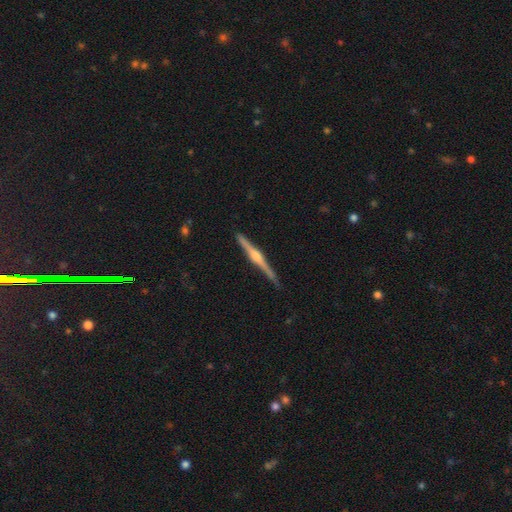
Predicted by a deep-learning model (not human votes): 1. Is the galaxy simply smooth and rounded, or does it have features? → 84% featured or disk, 11% smooth, 5% star or artifact.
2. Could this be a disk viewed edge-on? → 99% yes, 1% no.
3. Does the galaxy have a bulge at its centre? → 85% rounded, 9% boxy, 6% none.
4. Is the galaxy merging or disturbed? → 90% none, 8% minor disturbance, 1% major disturbance, 1% merger.